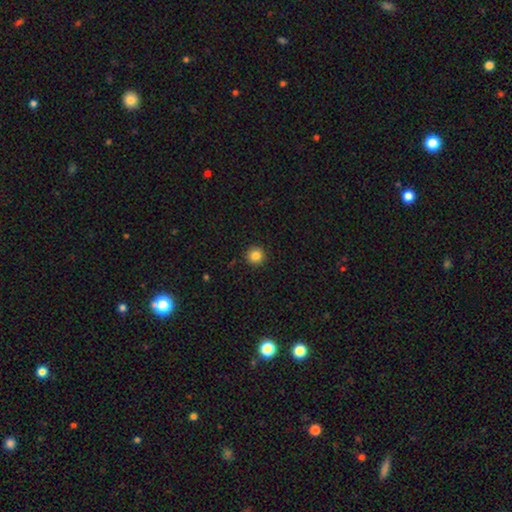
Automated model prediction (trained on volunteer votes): Smooth or featured? smooth (84%)
How rounded? round (95%)
Merging? none (93%)